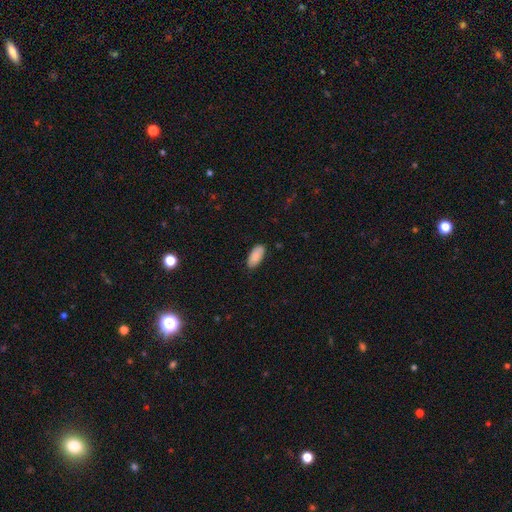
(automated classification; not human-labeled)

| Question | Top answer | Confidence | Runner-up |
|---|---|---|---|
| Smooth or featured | smooth | 88% | star or artifact (6%) |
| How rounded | in between | 92% | cigar-shaped (7%) |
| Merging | none | 84% | minor disturbance (12%) |